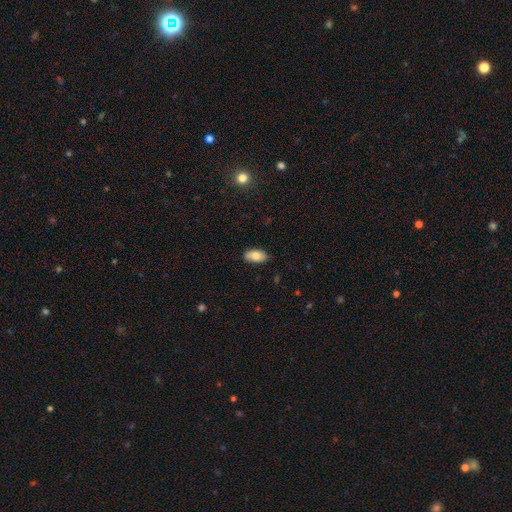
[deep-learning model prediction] Q: Smooth or featured?
A: smooth (77%); runner-up: featured or disk (16%)
Q: How rounded?
A: in between (93%); runner-up: round (4%)
Q: Merging?
A: none (83%); runner-up: minor disturbance (14%)